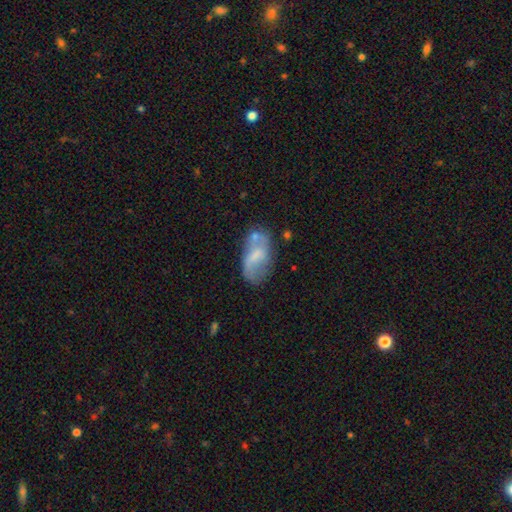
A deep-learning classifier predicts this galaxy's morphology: Smooth or featured? Predicted: smooth (p=0.47). Merging? Predicted: none (p=0.45).